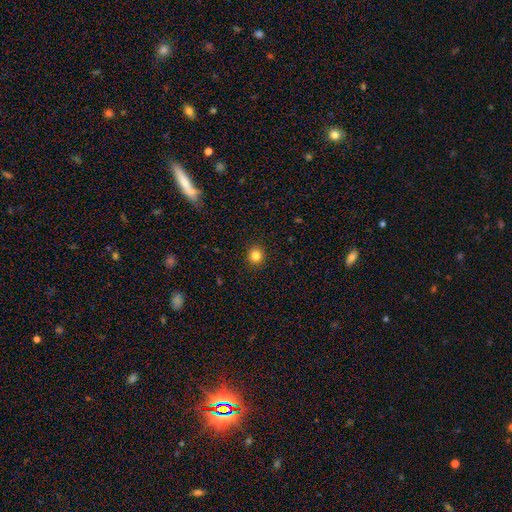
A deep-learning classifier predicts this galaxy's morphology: Smooth or featured?
  - smooth: 83% *
  - star or artifact: 12%
  - featured or disk: 5%
How rounded?
  - round: 90% *
  - in between: 9%
  - cigar-shaped: 1%
Merging?
  - none: 92% *
  - minor disturbance: 5%
  - major disturbance: 2%
  - merger: 1%